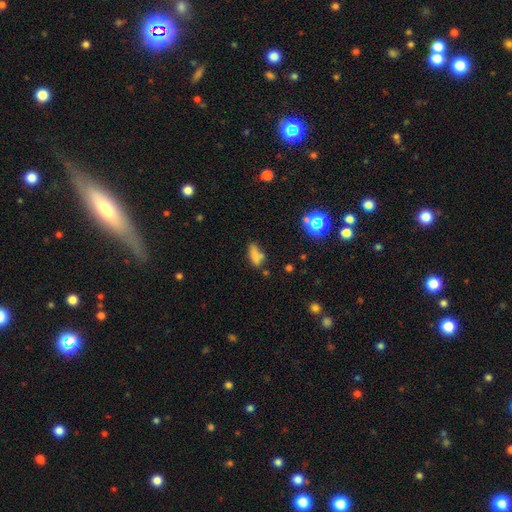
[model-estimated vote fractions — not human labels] The model was most divided on "merging": none: 51%, minor disturbance: 26%, merger: 12%, major disturbance: 11%. More confident: how rounded — in between (70%); smooth or featured — smooth (69%).